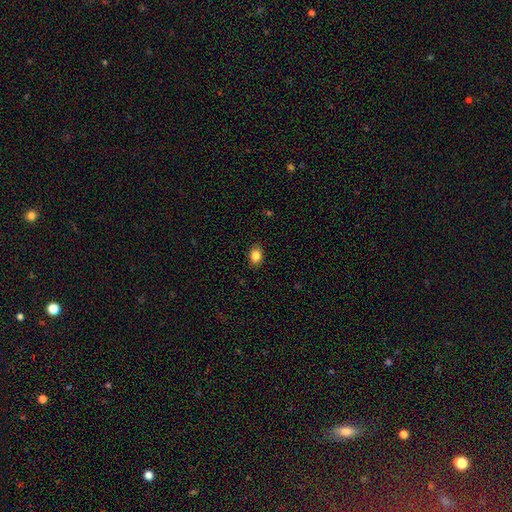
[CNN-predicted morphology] Smooth or featured?
  - smooth: 85% *
  - star or artifact: 10%
  - featured or disk: 5%
How rounded?
  - in between: 67% *
  - round: 31%
  - cigar-shaped: 1%
Merging?
  - none: 89% *
  - minor disturbance: 8%
  - major disturbance: 2%
  - merger: 1%